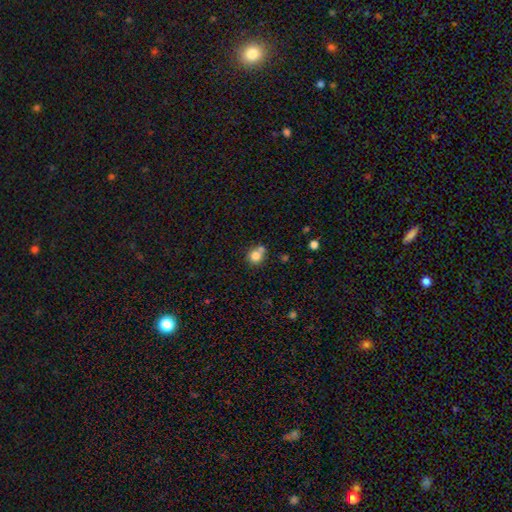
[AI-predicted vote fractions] A smooth galaxy with no disk features (80%) that is round (88%). Merging: none (55%).